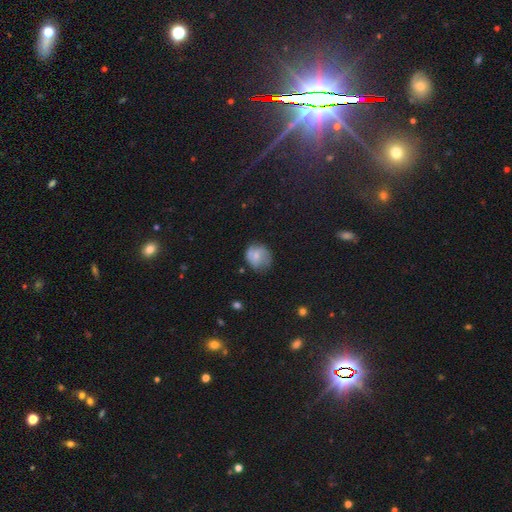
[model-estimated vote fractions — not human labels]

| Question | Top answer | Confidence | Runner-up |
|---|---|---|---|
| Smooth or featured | smooth | 56% | featured or disk (34%) |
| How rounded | round | 74% | in between (25%) |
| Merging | none | 59% | minor disturbance (29%) |